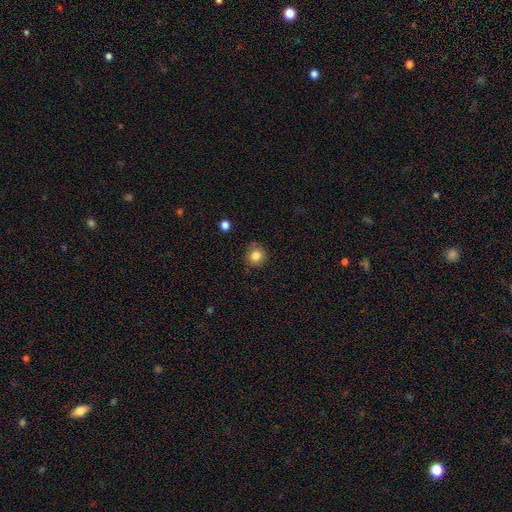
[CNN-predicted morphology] Smooth or featured?
  - smooth: 82% *
  - star or artifact: 10%
  - featured or disk: 7%
How rounded?
  - round: 87% *
  - in between: 12%
  - cigar-shaped: 1%
Merging?
  - none: 83% *
  - minor disturbance: 13%
  - major disturbance: 3%
  - merger: 2%